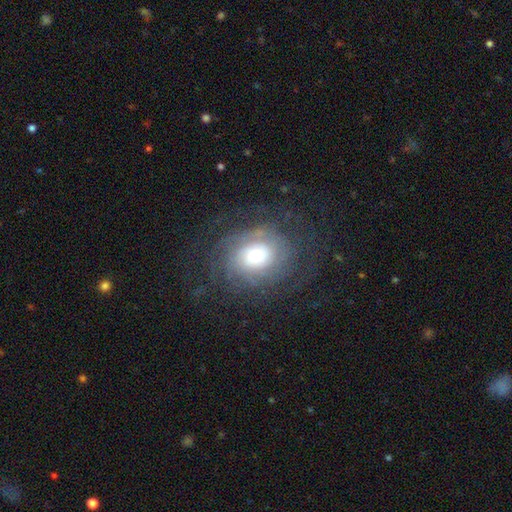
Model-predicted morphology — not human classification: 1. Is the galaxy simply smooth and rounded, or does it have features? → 73% featured or disk, 18% smooth, 9% star or artifact.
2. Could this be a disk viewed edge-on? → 97% no, 3% yes.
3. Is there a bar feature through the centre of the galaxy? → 77% no, 19% weak, 5% strong.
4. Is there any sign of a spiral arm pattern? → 90% yes, 10% no.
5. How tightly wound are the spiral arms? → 65% tight, 25% medium, 10% loose.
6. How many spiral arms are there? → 46% can't tell, 18% 2, 12% 3, 9% 4, 8% more than 4, 7% 1.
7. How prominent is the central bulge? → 45% moderate, 29% large, 20% small, 5% dominant, 2% none.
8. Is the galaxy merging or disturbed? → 69% none, 15% minor disturbance, 14% major disturbance, 1% merger.